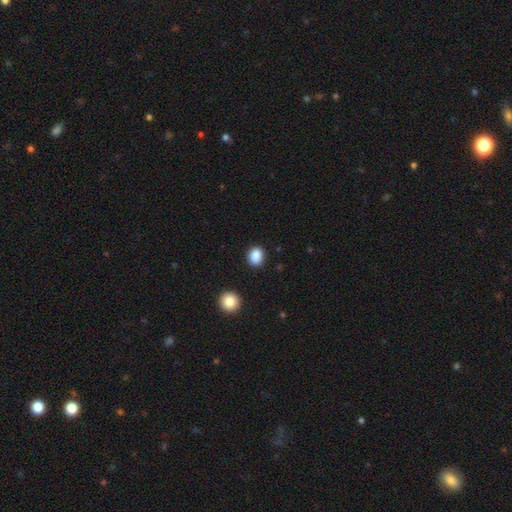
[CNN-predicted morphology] Smooth or featured?
  - smooth: 88% *
  - star or artifact: 9%
  - featured or disk: 3%
How rounded?
  - round: 62% *
  - in between: 37%
  - cigar-shaped: 1%
Merging?
  - none: 88% *
  - minor disturbance: 8%
  - major disturbance: 3%
  - merger: 2%